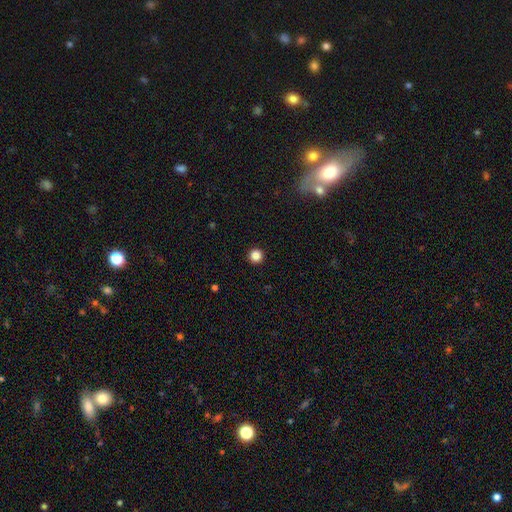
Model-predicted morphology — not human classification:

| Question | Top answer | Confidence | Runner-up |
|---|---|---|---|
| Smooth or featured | smooth | 85% | star or artifact (11%) |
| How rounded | round | 96% | in between (3%) |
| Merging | none | 94% | minor disturbance (4%) |